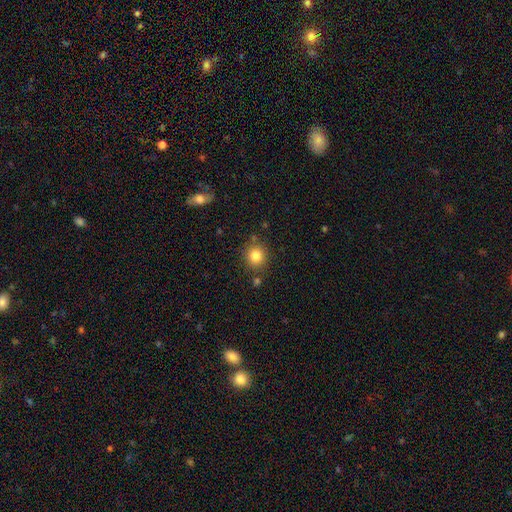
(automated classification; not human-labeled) The model was most divided on "smooth or featured": smooth: 83%, star or artifact: 11%, featured or disk: 6%. More confident: how rounded — round (88%); merging — none (83%).